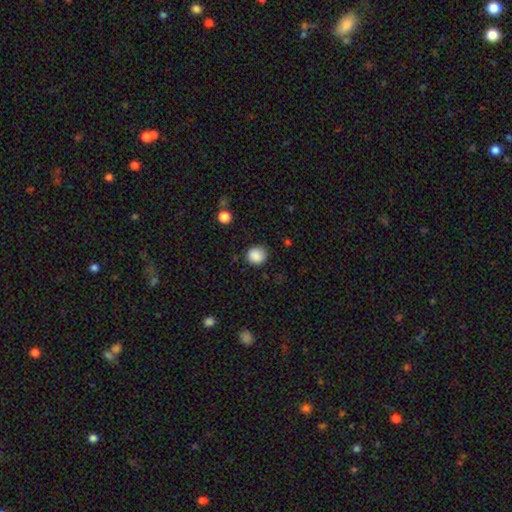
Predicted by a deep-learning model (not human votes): A smooth galaxy with no disk features (87%) that is round (84%). Merging: none (83%).